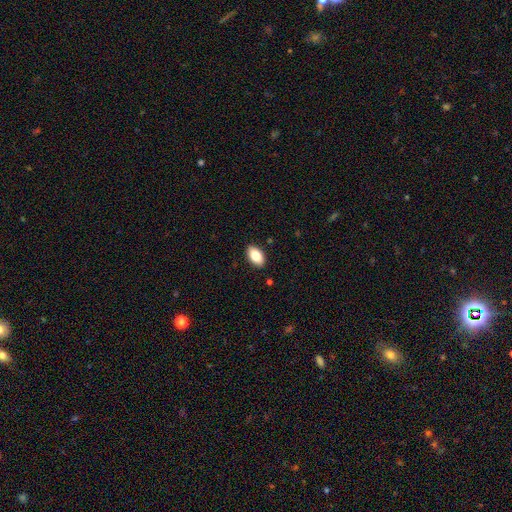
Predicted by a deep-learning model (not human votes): smooth 84%, featured or disk 9%, star or artifact 7%. Down the decision tree: how rounded — in between (93%); merging — none (89%).